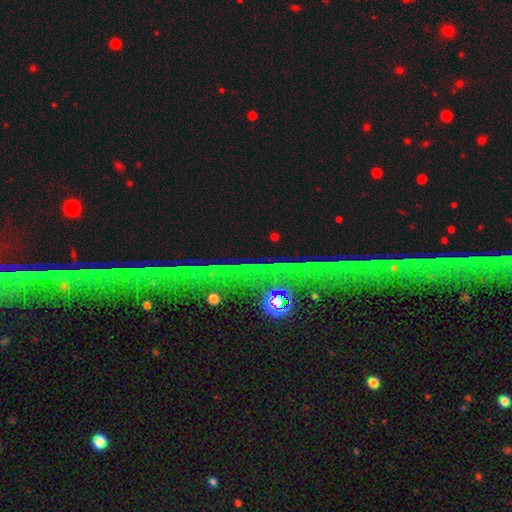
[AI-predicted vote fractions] Smooth or featured? star or artifact (75%)